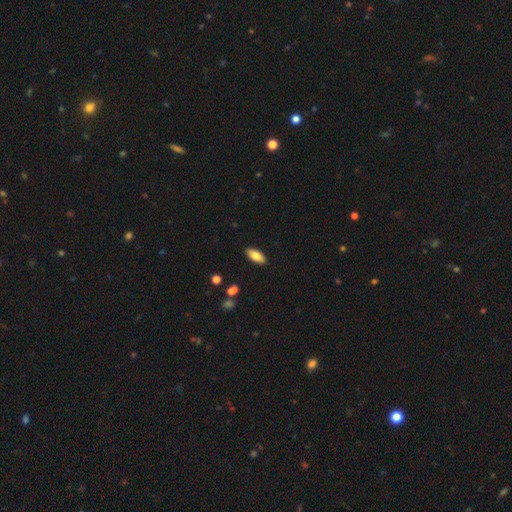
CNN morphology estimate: smooth-or-featured: smooth: 80% | featured or disk: 13% | star or artifact: 7%
  how-rounded: in between: 85% | cigar-shaped: 13% | round: 2%
  merging: none: 89% | minor disturbance: 8% | major disturbance: 2% | merger: 1%